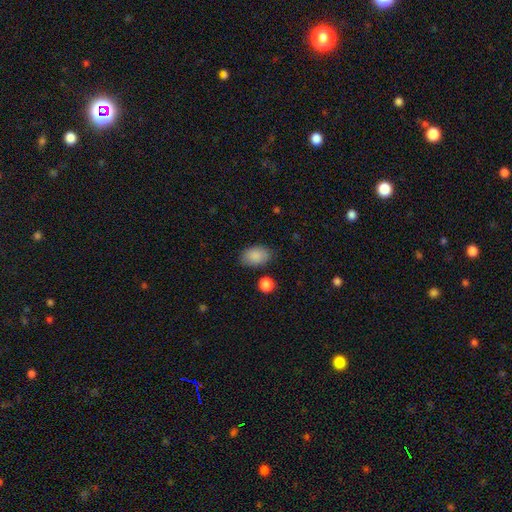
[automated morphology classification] The model was most divided on "merging": none: 80%, minor disturbance: 14%, major disturbance: 3%, merger: 3%. More confident: how rounded — in between (88%); smooth or featured — smooth (88%).